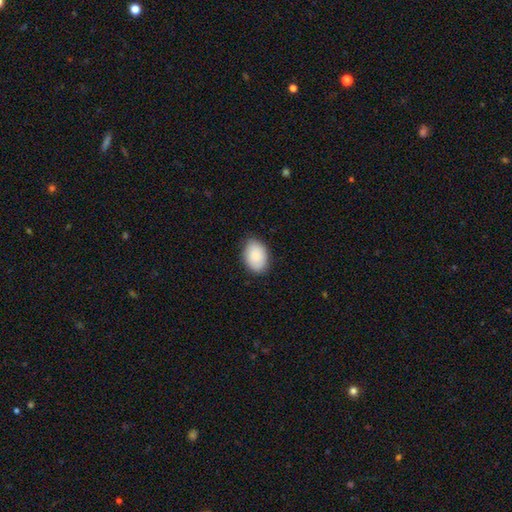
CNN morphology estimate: Q: Smooth or featured?
A: smooth (90%); runner-up: star or artifact (6%)
Q: How rounded?
A: in between (86%); runner-up: round (13%)
Q: Merging?
A: none (85%); runner-up: minor disturbance (12%)